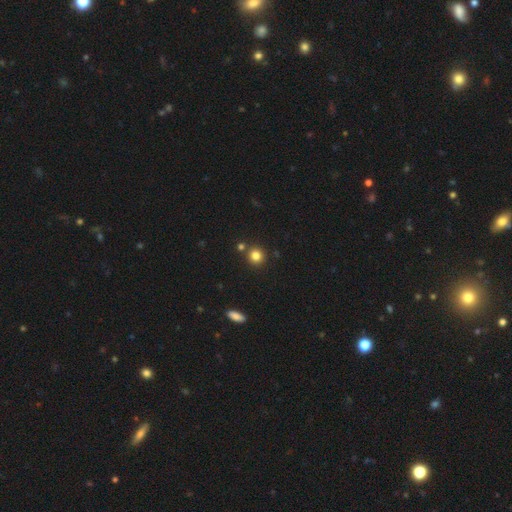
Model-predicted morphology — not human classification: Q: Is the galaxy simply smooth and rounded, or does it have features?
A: smooth — 82%.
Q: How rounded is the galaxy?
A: round — 91%.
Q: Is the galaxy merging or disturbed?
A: none — 81%.